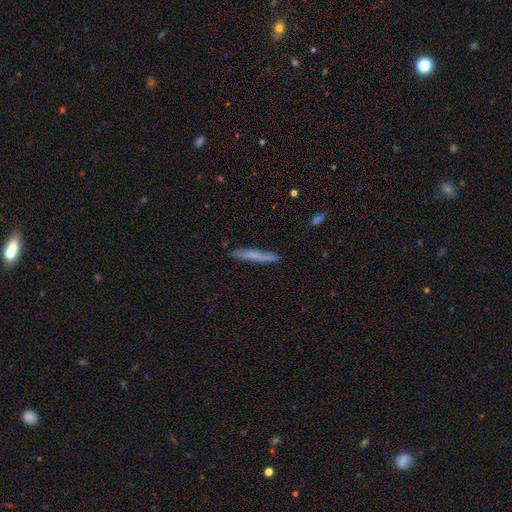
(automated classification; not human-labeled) Overall: smooth (63%; featured or disk 30%). How rounded: cigar-shaped (96%). Merging: none (87%).